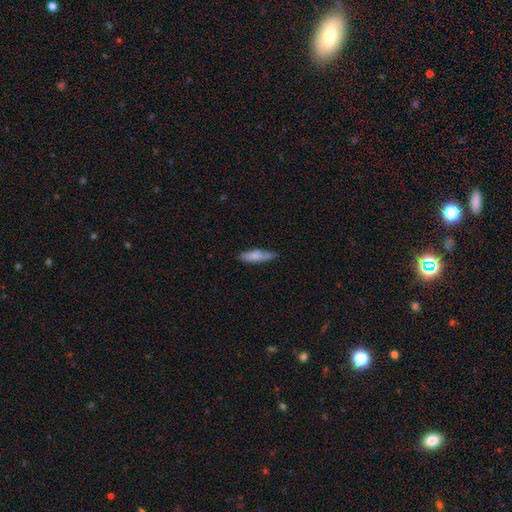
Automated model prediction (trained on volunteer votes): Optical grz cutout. It shows a smooth galaxy with no disk features (75%) that is cigar-shaped (71%). Merging: none (74%).